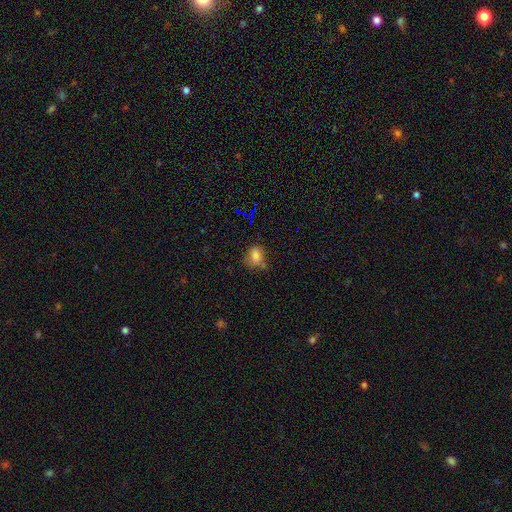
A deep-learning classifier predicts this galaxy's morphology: smooth 71%, star or artifact 19%, featured or disk 10%. Down the decision tree: how rounded — in between (63%); merging — none (49%).